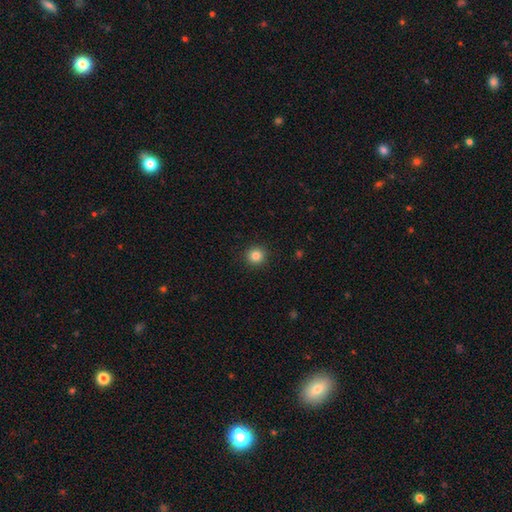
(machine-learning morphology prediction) Overall: smooth (84%). How rounded: round (94%). Merging: none (92%).